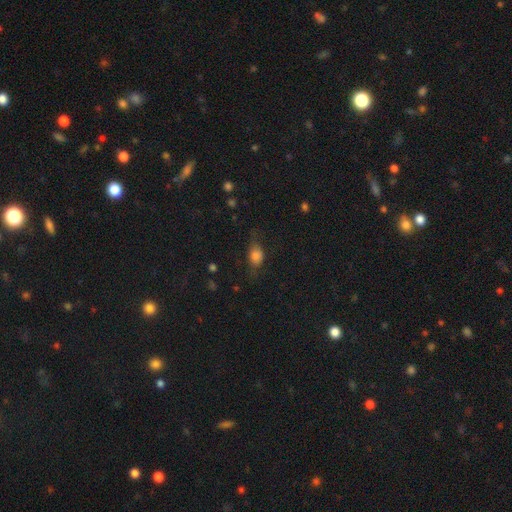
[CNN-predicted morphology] type=smooth (75%); roundness=in between (73%); merging=none (59%).